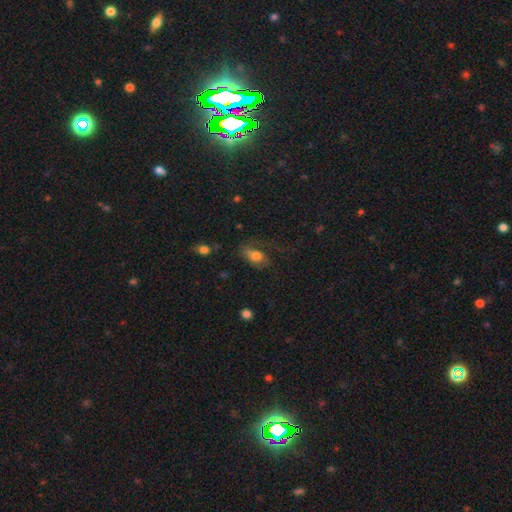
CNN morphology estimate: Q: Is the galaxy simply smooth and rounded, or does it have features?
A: smooth — 67%.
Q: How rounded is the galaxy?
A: in between — 83%.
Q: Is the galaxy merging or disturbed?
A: none — 44%.